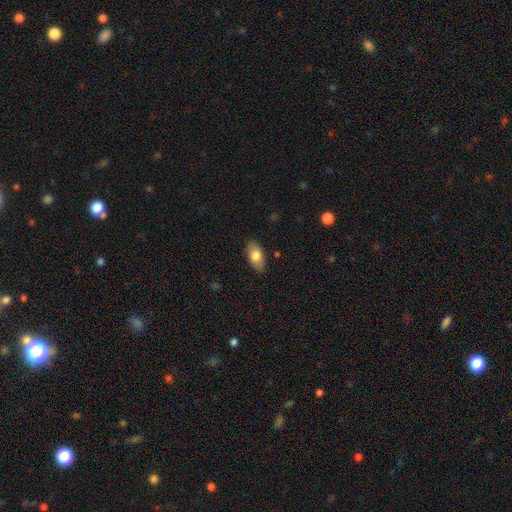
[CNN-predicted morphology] Smooth or featured? Predicted: smooth (p=0.78). How rounded? Predicted: in between (p=0.92). Merging? Predicted: none (p=0.86).